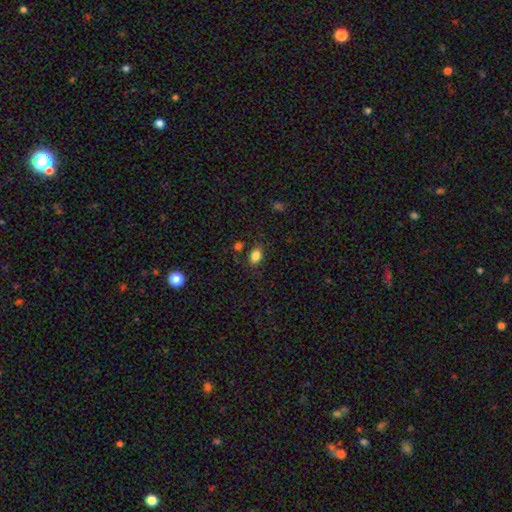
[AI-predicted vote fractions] A smooth galaxy with no disk features (83%) that is in between round and cigar-shaped (79%). Merging: none (80%).